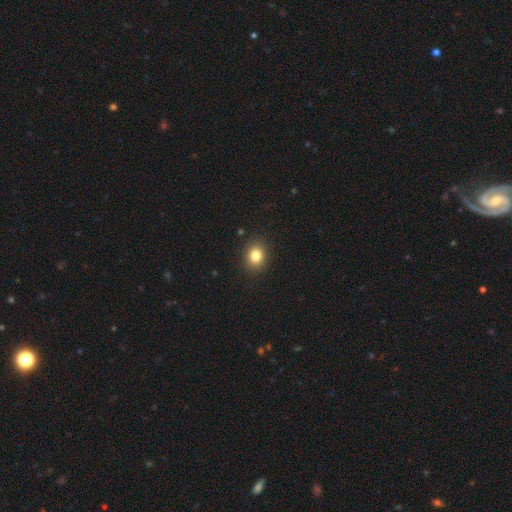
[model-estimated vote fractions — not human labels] Smooth or featured?
  - smooth: 82% *
  - star or artifact: 11%
  - featured or disk: 7%
How rounded?
  - round: 57% *
  - in between: 42%
  - cigar-shaped: 1%
Merging?
  - none: 88% *
  - minor disturbance: 8%
  - major disturbance: 2%
  - merger: 1%